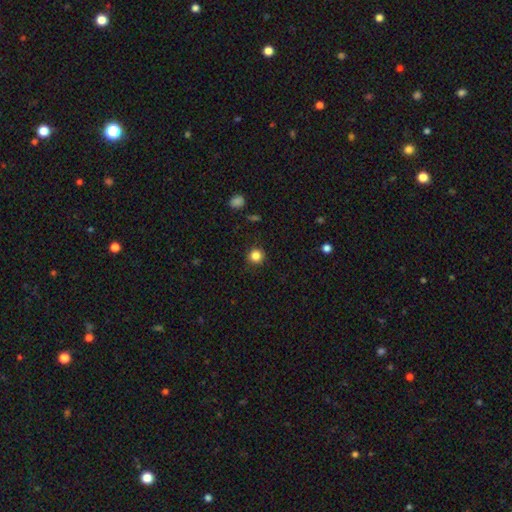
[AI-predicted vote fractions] This is clearly a smooth galaxy (84%). How rounded: clearly round (94%). Merging: clearly none (90%).